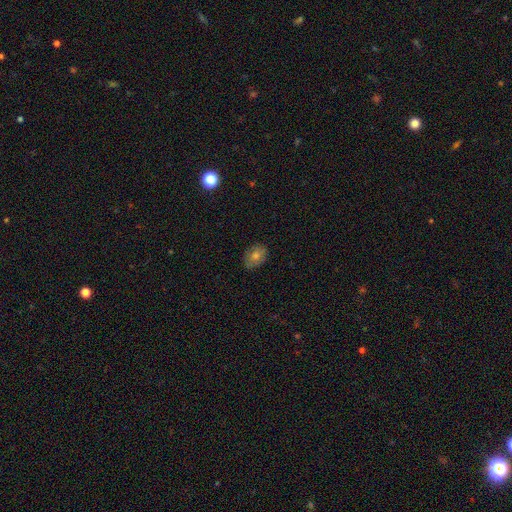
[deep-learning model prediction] This is likely a smooth galaxy (68%). How rounded: likely in between (62%). Merging: clearly none (84%).